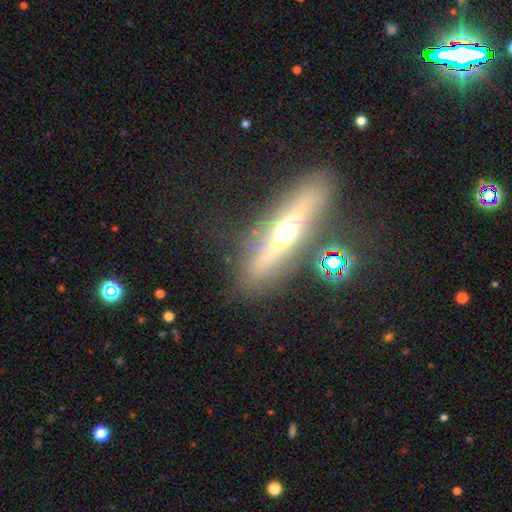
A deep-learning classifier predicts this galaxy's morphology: A featured or disk galaxy (69%) viewed edge-on (90%) with a rounded central bulge (92%). Merging: none (80%).